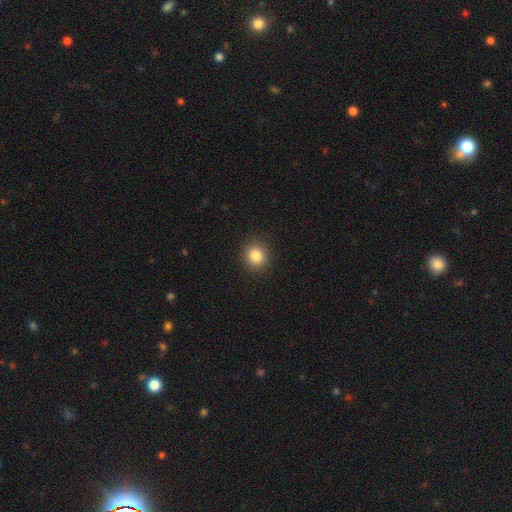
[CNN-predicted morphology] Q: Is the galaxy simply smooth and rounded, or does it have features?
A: smooth — 85%.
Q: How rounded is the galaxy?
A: round — 84%.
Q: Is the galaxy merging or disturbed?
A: none — 91%.